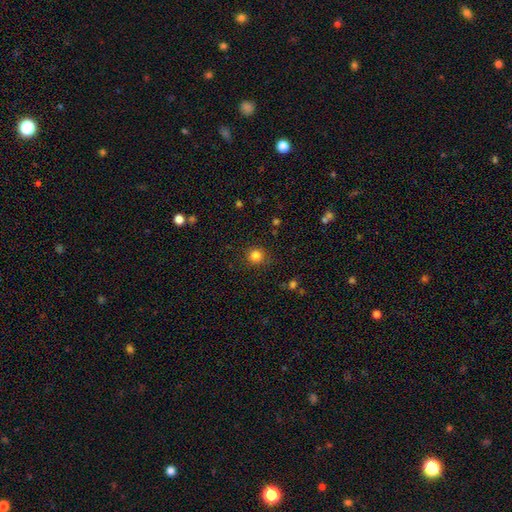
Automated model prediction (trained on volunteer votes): The model was most divided on "smooth or featured": smooth: 83%, star or artifact: 13%, featured or disk: 5%. More confident: how rounded — round (92%); merging — none (88%).